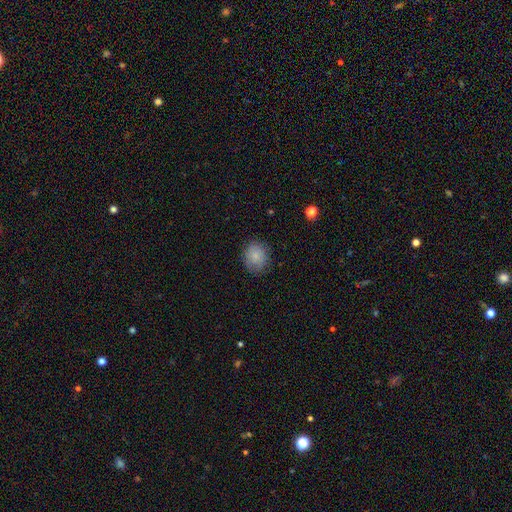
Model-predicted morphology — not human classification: smooth 81%, featured or disk 10%, star or artifact 9%. Down the decision tree: how rounded — round (69%); merging — none (79%).